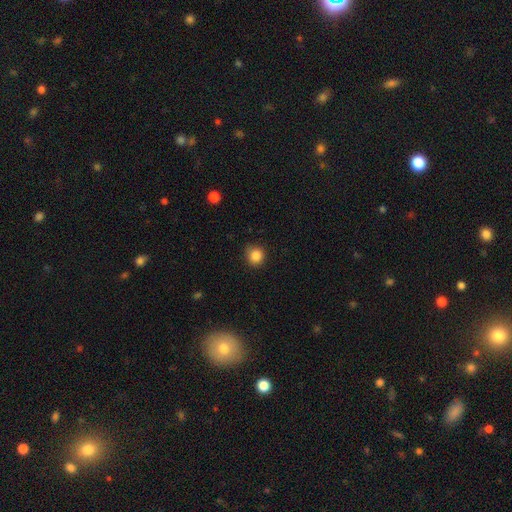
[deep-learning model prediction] smooth 85%, star or artifact 11%, featured or disk 4%. Down the decision tree: how rounded — round (90%); merging — none (84%).